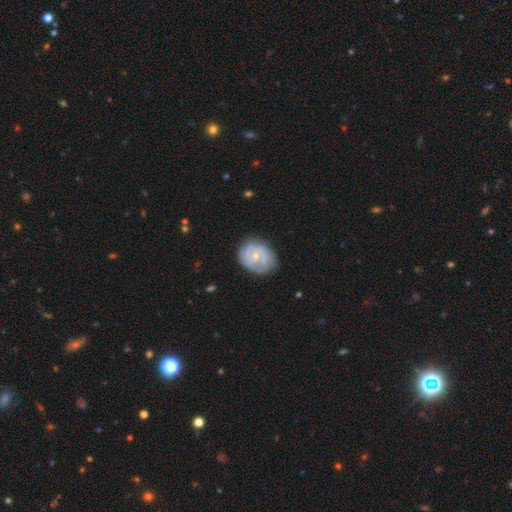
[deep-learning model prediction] A featured or disk galaxy (69%) with no bar (58%), 2 (50%) tight (51%) spiral arms (81%) and a small central bulge (53%).

Vote fractions:
- Smooth or featured? featured or disk: 69% / smooth: 26% / star or artifact: 6%
- Edge-on disk? no: 98% / yes: 2%
- Bar? no: 58% / weak: 36% / strong: 6%
- Spiral arms? yes: 81% / no: 19%
- Spiral winding? tight: 51% / medium: 36% / loose: 13%
- Spiral arm count? 2: 50% / can't tell: 28% / 3: 11% / 1: 5% / 4: 3% / more than 4: 2%
- Bulge size? small: 53% / moderate: 42% / none: 3% / large: 1% / dominant: 1%
- Merging? none: 68% / minor disturbance: 23% / major disturbance: 7% / merger: 2%